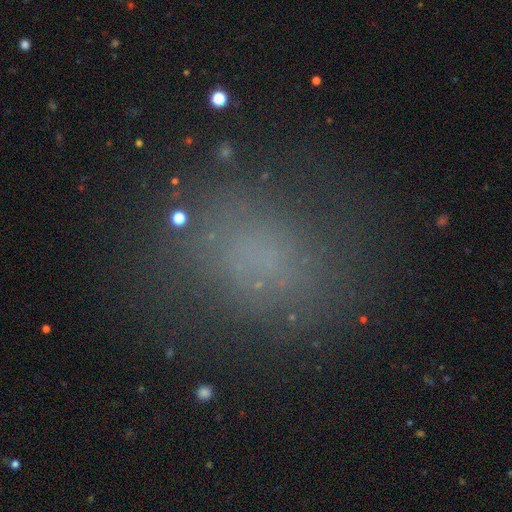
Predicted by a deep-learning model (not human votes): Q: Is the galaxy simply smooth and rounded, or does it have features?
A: smooth — 65%.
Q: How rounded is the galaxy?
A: in between — 53%.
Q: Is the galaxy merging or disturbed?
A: none — 74%.